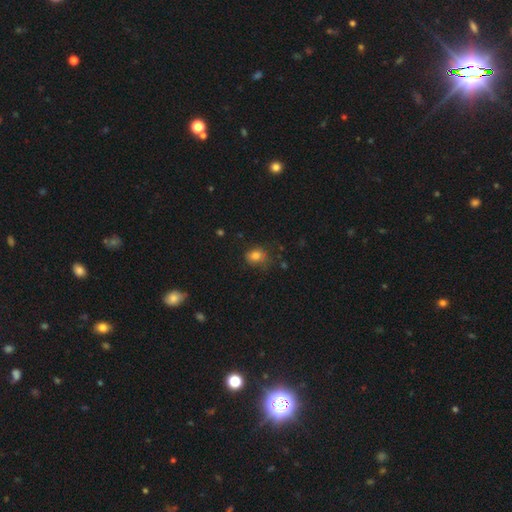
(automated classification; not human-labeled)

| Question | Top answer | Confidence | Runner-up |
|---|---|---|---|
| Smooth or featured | smooth | 79% | star or artifact (12%) |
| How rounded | round | 51% | in between (48%) |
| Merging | none | 59% | minor disturbance (28%) |